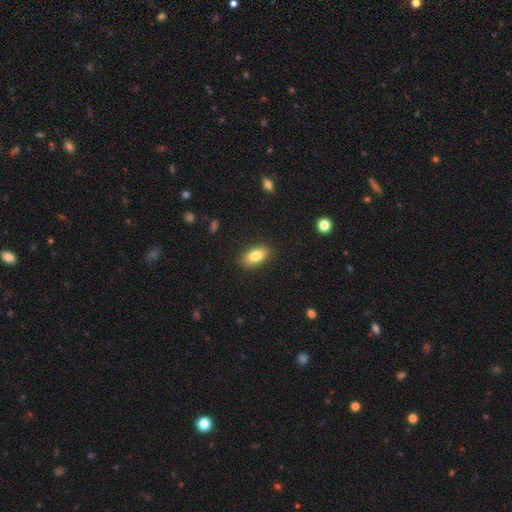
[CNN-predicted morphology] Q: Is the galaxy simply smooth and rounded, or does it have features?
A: smooth — 82%.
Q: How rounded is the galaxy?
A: in between — 89%.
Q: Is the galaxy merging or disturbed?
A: none — 88%.